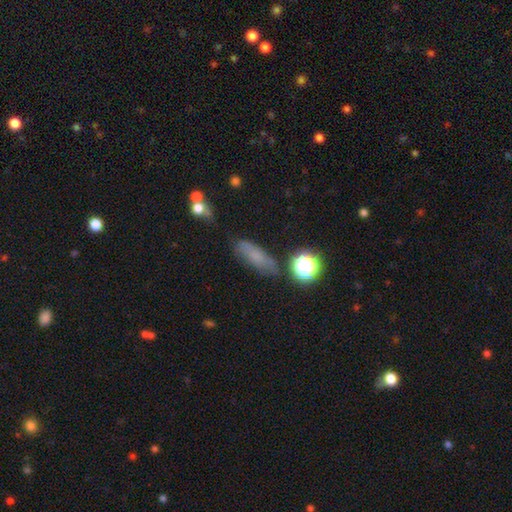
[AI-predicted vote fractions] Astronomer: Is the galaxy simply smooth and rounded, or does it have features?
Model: smooth — 66%.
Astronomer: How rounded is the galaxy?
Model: in between — 54% (runner-up: cigar-shaped, 38%).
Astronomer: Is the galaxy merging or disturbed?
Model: none — 72%.